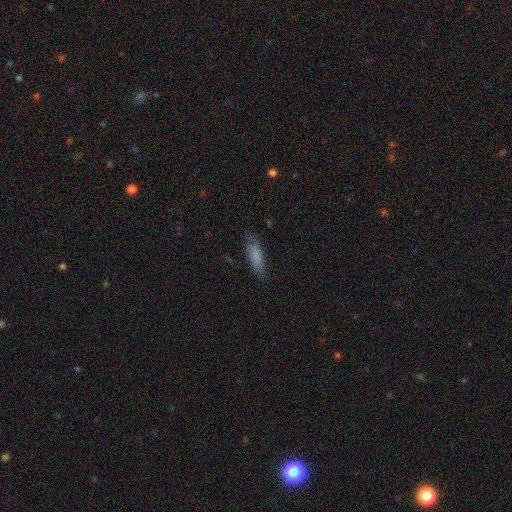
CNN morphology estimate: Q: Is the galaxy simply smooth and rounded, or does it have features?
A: smooth — 72%.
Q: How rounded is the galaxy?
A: cigar-shaped — 55%.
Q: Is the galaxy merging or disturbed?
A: none — 77%.